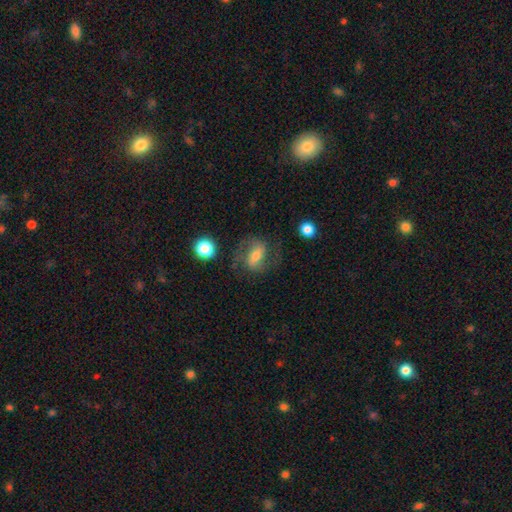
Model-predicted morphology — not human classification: smooth_or_featured: featured or disk (p=0.62) [alt: smooth p=0.29]
disk_edge_on: no (p=0.95) [alt: yes p=0.05]
bar: strong (p=0.42) [alt: weak p=0.37]
has_spiral_arms: yes (p=0.87) [alt: no p=0.13]
spiral_winding: medium (p=0.51) [alt: loose p=0.31]
spiral_arm_count: 2 (p=0.88) [alt: can't tell p=0.06]
bulge_size: moderate (p=0.54) [alt: small p=0.29]
merging: none (p=0.67) [alt: minor disturbance p=0.17]